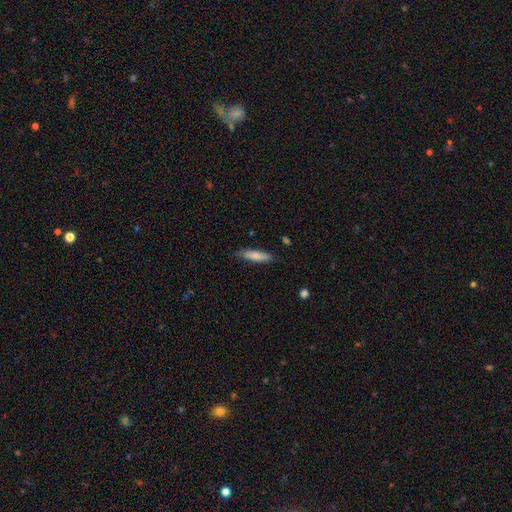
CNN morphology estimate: A smooth galaxy with no disk features (79%) that is cigar-shaped (70%).

Vote fractions:
- Smooth or featured? smooth: 79% / featured or disk: 15% / star or artifact: 6%
- How rounded? cigar-shaped: 70% / in between: 29% / round: 1%
- Merging? none: 81% / minor disturbance: 15% / major disturbance: 3% / merger: 1%